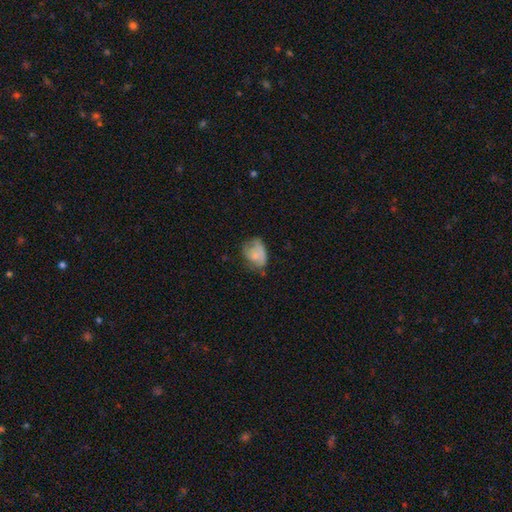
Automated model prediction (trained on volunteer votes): smooth_or_featured: smooth (p=0.66) [alt: featured or disk p=0.25]
how_rounded: in between (p=0.71) [alt: round p=0.28]
merging: none (p=0.39) [alt: minor disturbance p=0.37]